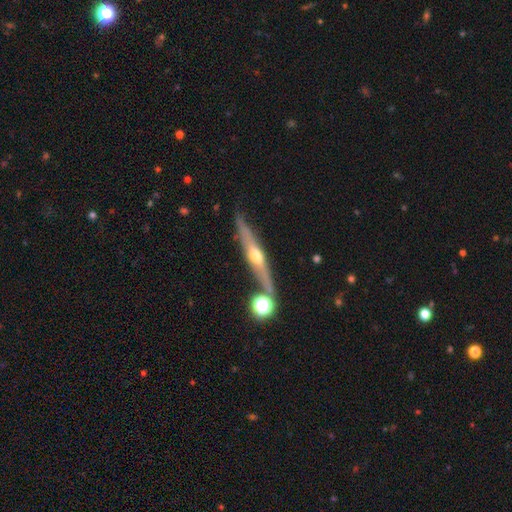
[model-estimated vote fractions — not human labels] The model was most divided on "smooth or featured": featured or disk: 70%, smooth: 22%, star or artifact: 8%. More confident: edge-on disk — yes (94%); edge-on bulge — rounded (87%); merging — none (80%).